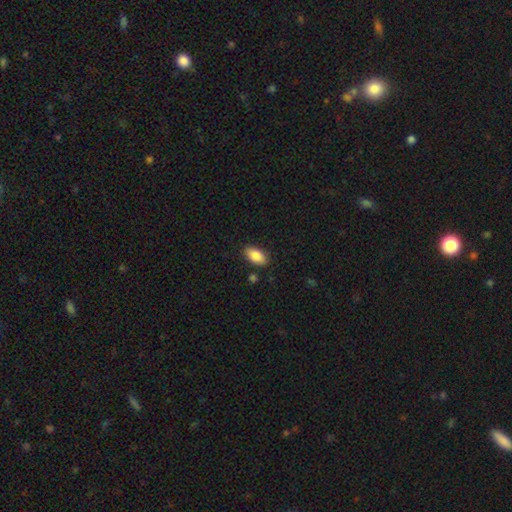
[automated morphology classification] Q: Smooth or featured?
A: smooth (86%); runner-up: star or artifact (7%)
Q: How rounded?
A: in between (93%); runner-up: round (4%)
Q: Merging?
A: none (86%); runner-up: minor disturbance (10%)